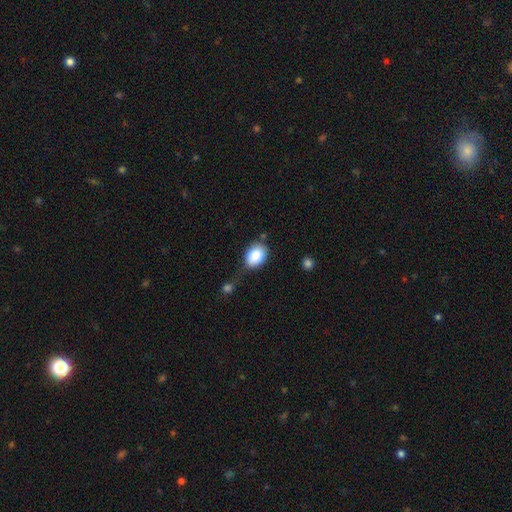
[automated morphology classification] This appears to be a smooth galaxy with no disk features (84%) that is in between round and cigar-shaped (65%). Merging: none (50%).